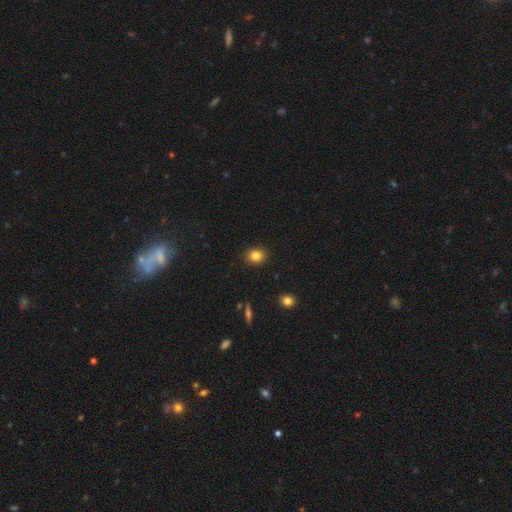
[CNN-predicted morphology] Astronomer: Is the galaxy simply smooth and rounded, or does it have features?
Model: smooth — 82%.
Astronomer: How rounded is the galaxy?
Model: round — 67%.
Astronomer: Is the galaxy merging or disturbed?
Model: none — 90%.